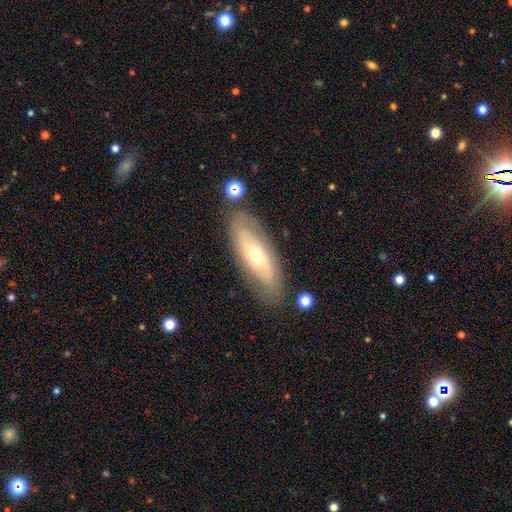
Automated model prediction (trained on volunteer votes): smooth_or_featured: featured or disk (p=0.59) [alt: smooth p=0.35]
disk_edge_on: no (p=0.78) [alt: yes p=0.22]
merging: none (p=0.80) [alt: minor disturbance p=0.13]